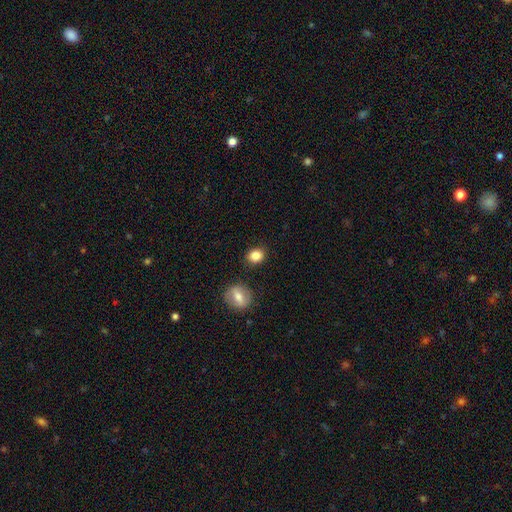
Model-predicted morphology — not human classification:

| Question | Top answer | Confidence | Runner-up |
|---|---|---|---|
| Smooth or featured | smooth | 84% | star or artifact (9%) |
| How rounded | round | 61% | in between (38%) |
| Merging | none | 85% | minor disturbance (9%) |